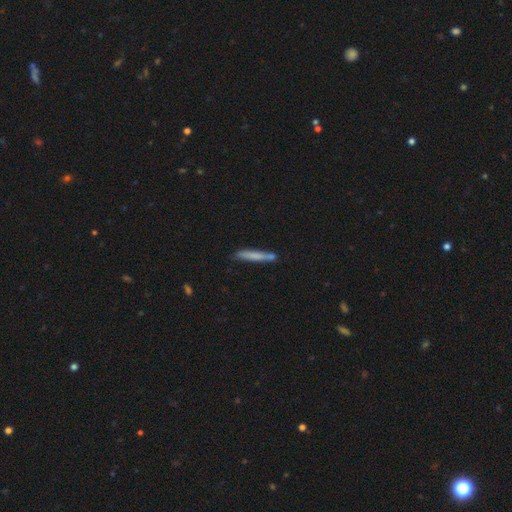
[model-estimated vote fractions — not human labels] smooth_or_featured: smooth (p=0.70) [alt: featured or disk p=0.23]
how_rounded: cigar-shaped (p=0.95) [alt: in between p=0.04]
merging: none (p=0.76) [alt: minor disturbance p=0.14]